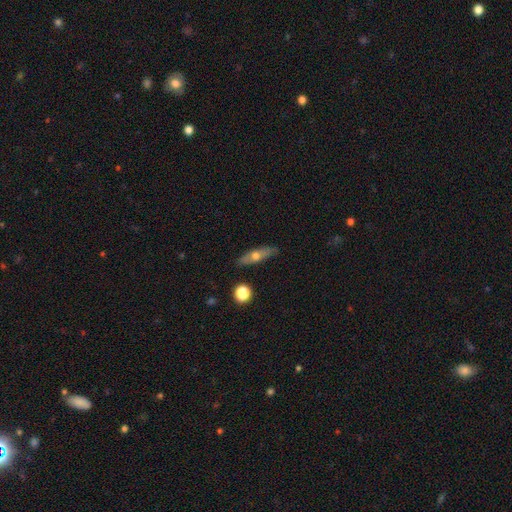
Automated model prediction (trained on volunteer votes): smooth_or_featured: smooth (p=0.49) [alt: featured or disk p=0.44]
merging: none (p=0.83) [alt: minor disturbance p=0.13]